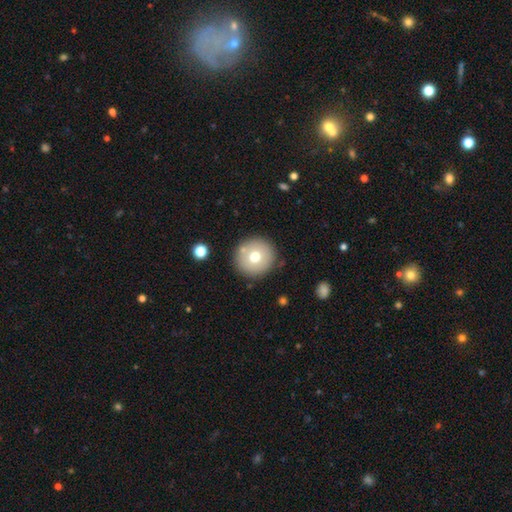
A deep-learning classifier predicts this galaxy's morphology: Q: Smooth or featured?
A: smooth (70%); runner-up: featured or disk (19%)
Q: How rounded?
A: round (95%); runner-up: in between (4%)
Q: Merging?
A: none (86%); runner-up: minor disturbance (7%)